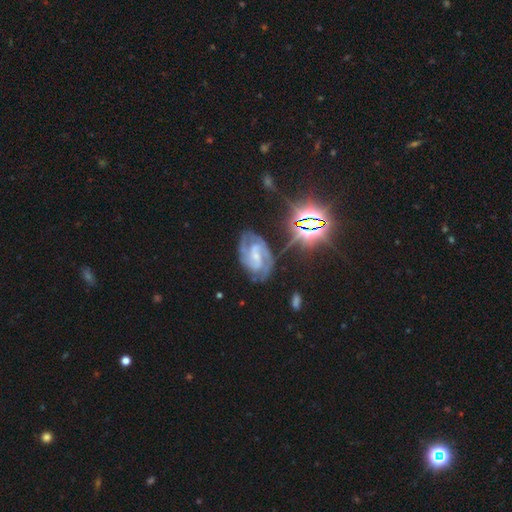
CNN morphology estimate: Q: Smooth or featured?
A: featured or disk (80%); runner-up: star or artifact (11%)
Q: Edge-on disk?
A: no (97%); runner-up: yes (3%)
Q: Bar?
A: weak (49%); runner-up: no (26%)
Q: Spiral arms?
A: yes (95%); runner-up: no (5%)
Q: Spiral winding?
A: medium (48%); runner-up: tight (41%)
Q: Spiral arm count?
A: 2 (67%); runner-up: can't tell (13%)
Q: Bulge size?
A: small (60%); runner-up: moderate (23%)
Q: Merging?
A: none (68%); runner-up: minor disturbance (19%)